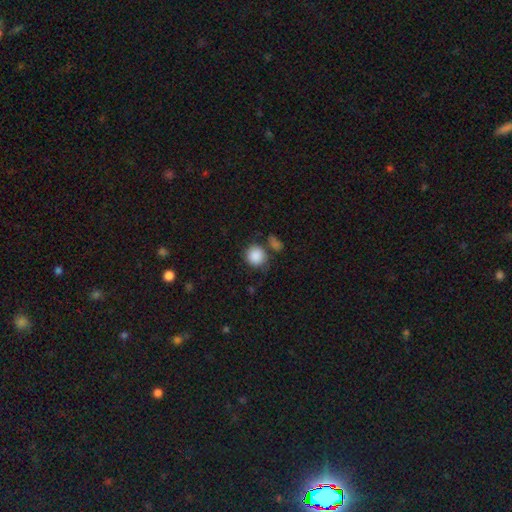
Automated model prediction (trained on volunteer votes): A smooth galaxy with no disk features (88%) that is round (88%). Merging: none (66%).